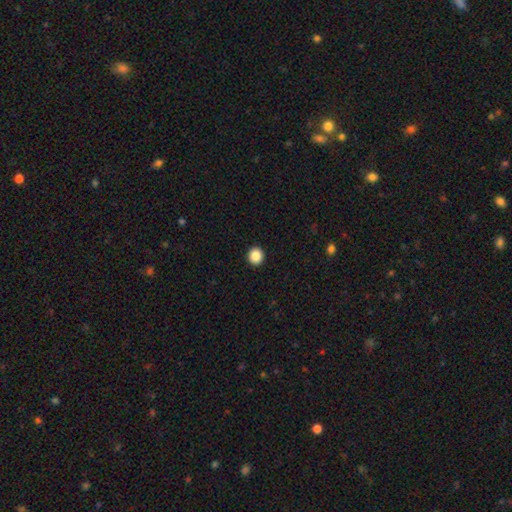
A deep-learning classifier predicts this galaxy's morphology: Smooth or featured? Predicted: smooth (p=0.88). How rounded? Predicted: round (p=0.87). Merging? Predicted: none (p=0.93).